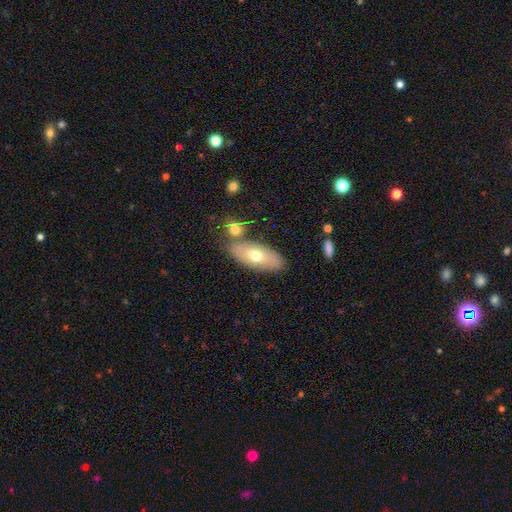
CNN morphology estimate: Smooth or featured? Predicted: smooth (p=0.58). How rounded? Predicted: in between (p=0.78). Merging? Predicted: none (p=0.70).